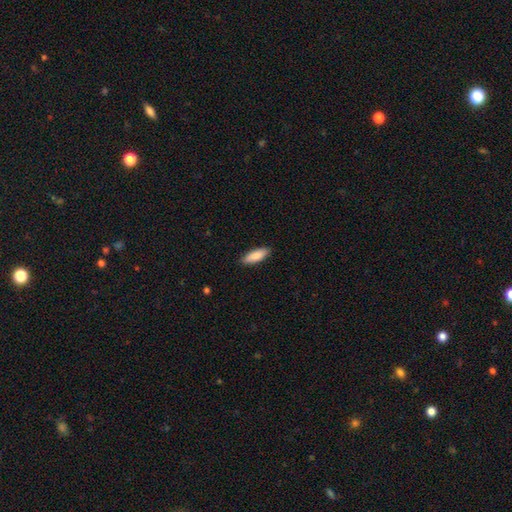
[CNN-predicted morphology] Smooth or featured: smooth — 87% (featured or disk — 8%)
How rounded: in between — 61% (cigar-shaped — 37%)
Merging: none — 89% (minor disturbance — 9%)